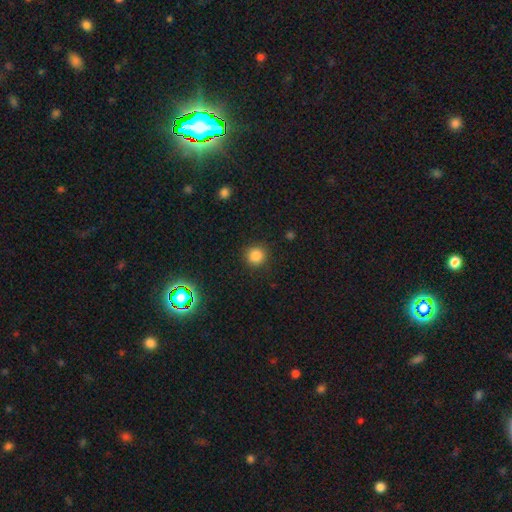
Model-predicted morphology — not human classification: smooth_or_featured: smooth (p=0.83) [alt: star or artifact p=0.13]
how_rounded: round (p=0.93) [alt: in between p=0.06]
merging: none (p=0.90) [alt: minor disturbance p=0.06]